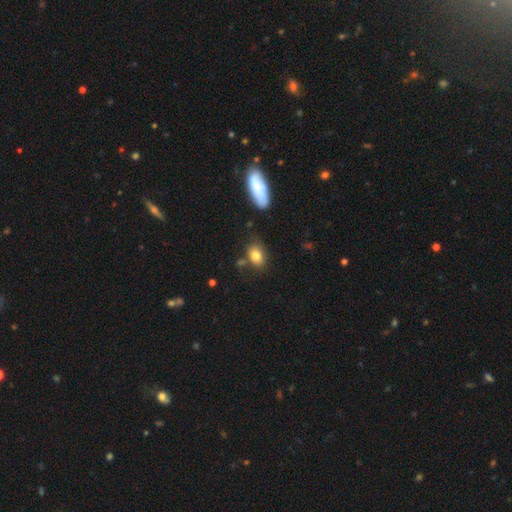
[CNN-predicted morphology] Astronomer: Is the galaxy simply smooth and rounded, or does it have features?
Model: smooth — 81%.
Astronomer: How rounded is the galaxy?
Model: in between — 72%.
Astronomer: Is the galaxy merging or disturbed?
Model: none — 73%.